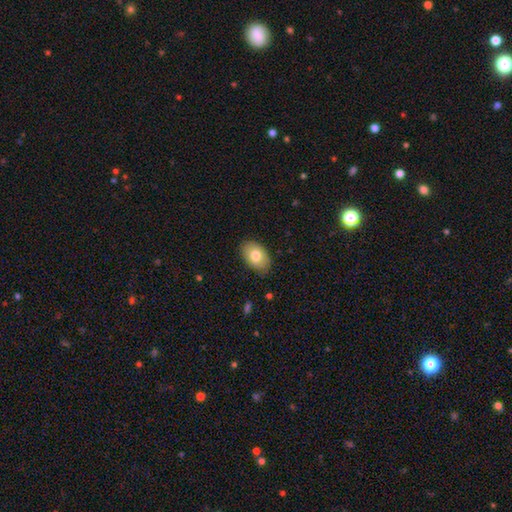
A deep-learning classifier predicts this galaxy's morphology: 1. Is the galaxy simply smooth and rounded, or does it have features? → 78% smooth, 15% featured or disk, 7% star or artifact.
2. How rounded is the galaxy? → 88% in between, 11% round, 1% cigar-shaped.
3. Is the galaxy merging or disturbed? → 81% none, 15% minor disturbance, 3% major disturbance, 1% merger.